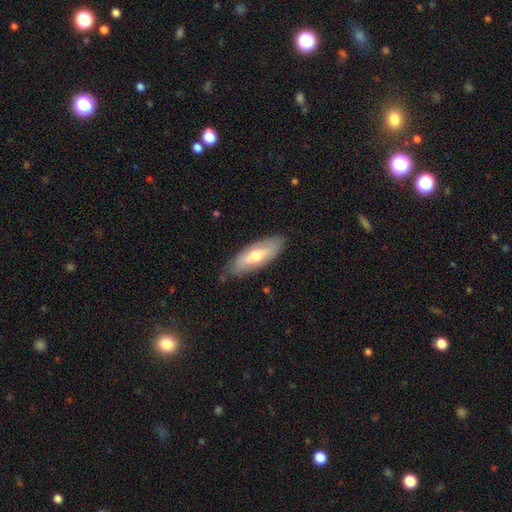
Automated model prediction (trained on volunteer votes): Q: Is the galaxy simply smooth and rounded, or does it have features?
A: smooth — 56%.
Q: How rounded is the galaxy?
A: in between — 65%.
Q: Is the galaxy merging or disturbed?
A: none — 80%.